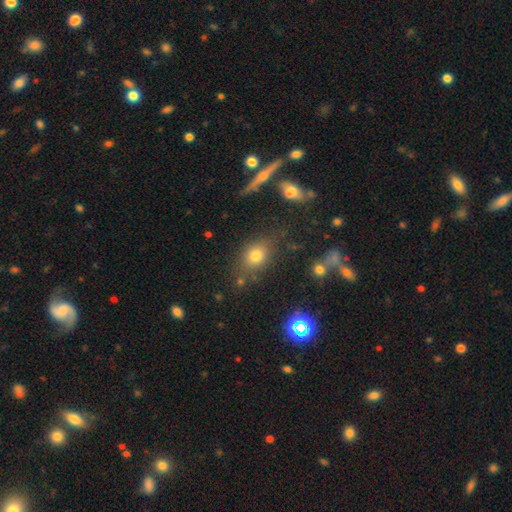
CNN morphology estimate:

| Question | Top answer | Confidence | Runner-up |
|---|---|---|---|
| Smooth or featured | smooth | 73% | star or artifact (16%) |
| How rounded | in between | 58% | round (39%) |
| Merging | none | 72% | minor disturbance (15%) |